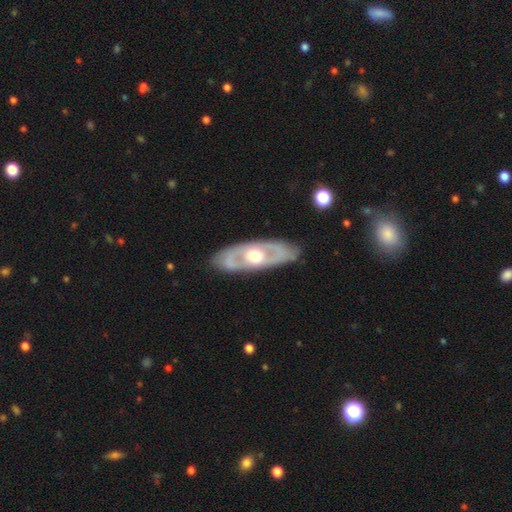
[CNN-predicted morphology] Overall: featured or disk (71%). Edge-on disk: no (76%). Bar: no (82%). Spiral arms: no (68%; yes 32%). Bulge size: moderate (67%). Merging: none (83%).